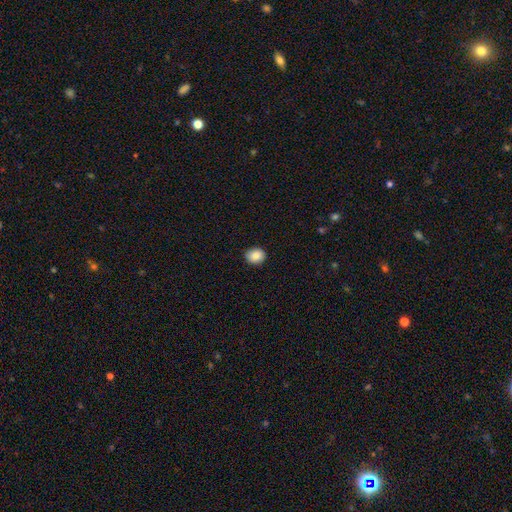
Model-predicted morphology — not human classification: This appears to be a smooth galaxy with no disk features (86%) that is round (66%). Merging: none (90%).